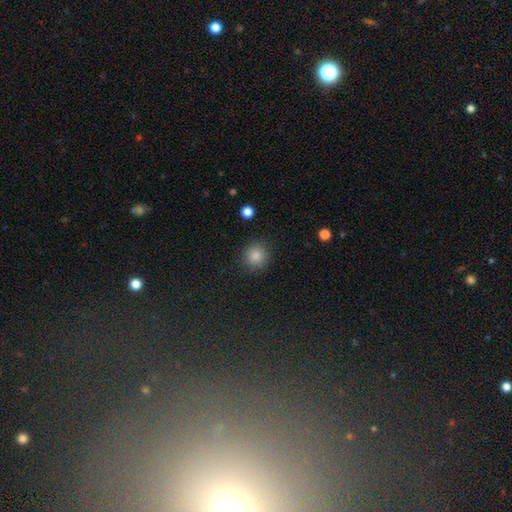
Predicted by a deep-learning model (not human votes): Smooth or featured? smooth (85%)
How rounded? round (92%)
Merging? none (89%)